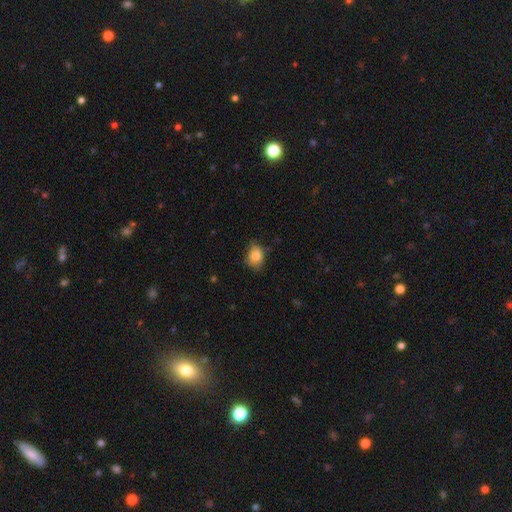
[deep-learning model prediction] smooth-or-featured: smooth: 83% | star or artifact: 8% | featured or disk: 8%
  how-rounded: in between: 62% | round: 37% | cigar-shaped: 1%
  merging: none: 60% | minor disturbance: 31% | major disturbance: 7% | merger: 2%